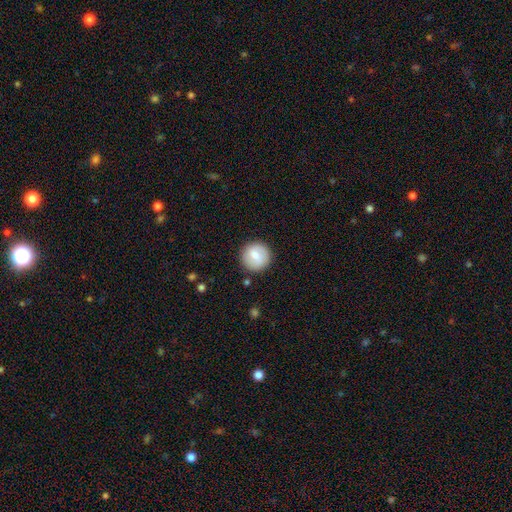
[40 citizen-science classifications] Smooth or featured?
  - smooth: 72% *
  - featured or disk: 25%
  - star or artifact: 2%
How rounded?
  - round: 93% *
  - in between: 7%
  - cigar-shaped: 0%
Merging?
  - none: 79% *
  - minor disturbance: 21%
  - major disturbance: 0%
  - merger: 0%